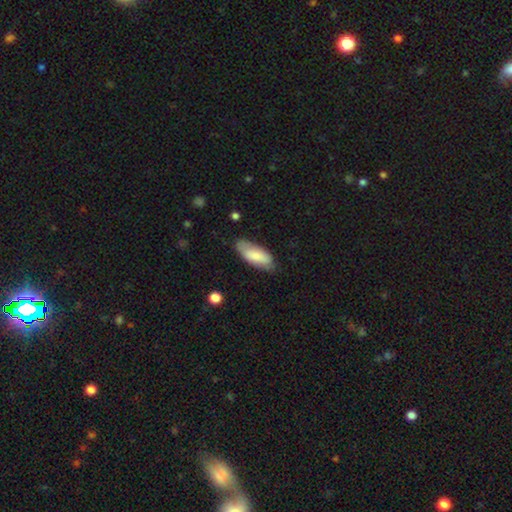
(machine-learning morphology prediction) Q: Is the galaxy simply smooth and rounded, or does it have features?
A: smooth — 76%.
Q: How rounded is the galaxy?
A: in between — 80%.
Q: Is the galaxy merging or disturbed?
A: none — 70%.